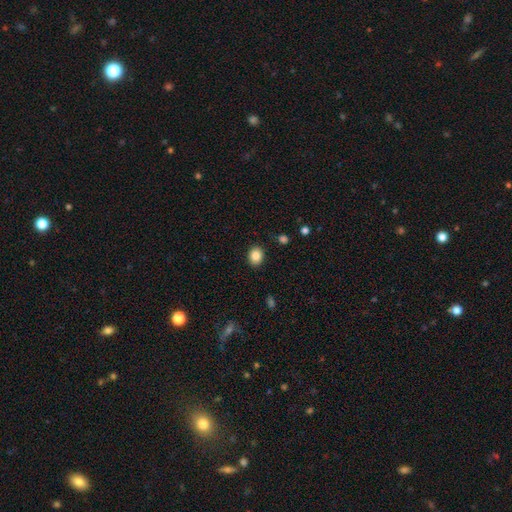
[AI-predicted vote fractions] smooth-or-featured: smooth: 85% | star or artifact: 9% | featured or disk: 5%
  how-rounded: round: 55% | in between: 44% | cigar-shaped: 1%
  merging: none: 89% | minor disturbance: 8% | major disturbance: 2% | merger: 1%